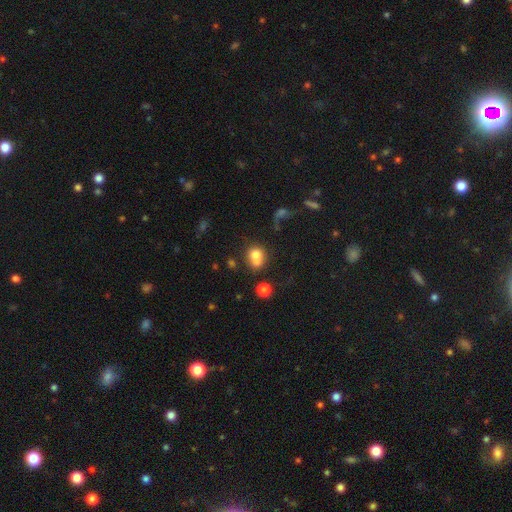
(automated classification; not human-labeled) smooth_or_featured: smooth (p=0.73) [alt: featured or disk p=0.15]
how_rounded: round (p=0.69) [alt: in between p=0.30]
merging: merger (p=0.46) [alt: none p=0.34]